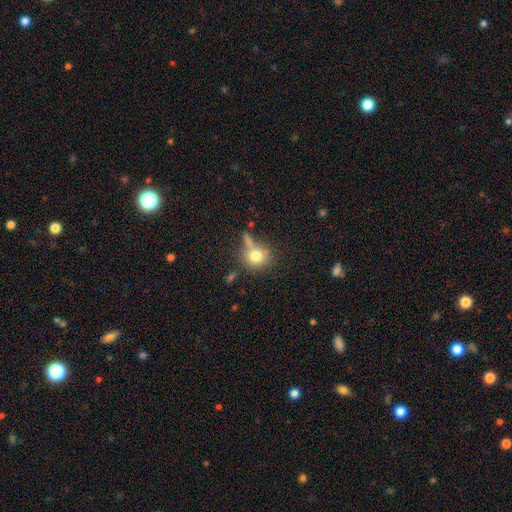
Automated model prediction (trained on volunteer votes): Q: Smooth or featured?
A: smooth (75%); runner-up: featured or disk (14%)
Q: How rounded?
A: round (80%); runner-up: in between (18%)
Q: Merging?
A: none (49%); runner-up: merger (20%)